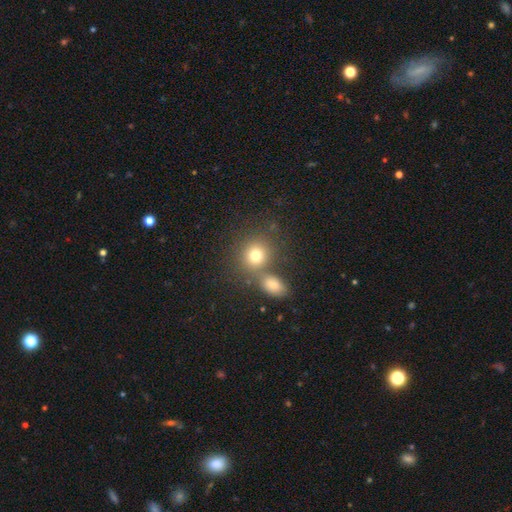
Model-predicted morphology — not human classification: Overall: smooth (76%). How rounded: round (80%). Merging: none (60%; merger 27%).